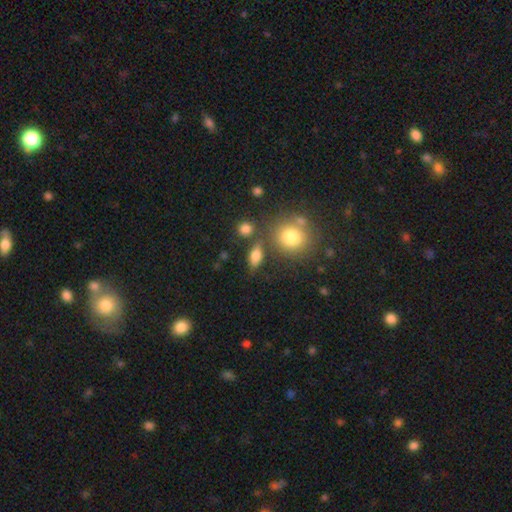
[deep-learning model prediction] Smooth or featured? smooth (75%)
How rounded? in between (71%)
Merging? none (71%)